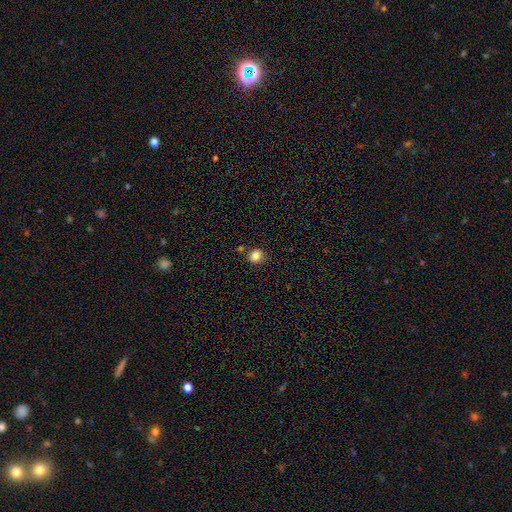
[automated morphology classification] Smooth or featured?
  - smooth: 84% *
  - star or artifact: 11%
  - featured or disk: 4%
How rounded?
  - round: 84% *
  - in between: 15%
  - cigar-shaped: 1%
Merging?
  - none: 79% *
  - minor disturbance: 11%
  - merger: 6%
  - major disturbance: 3%